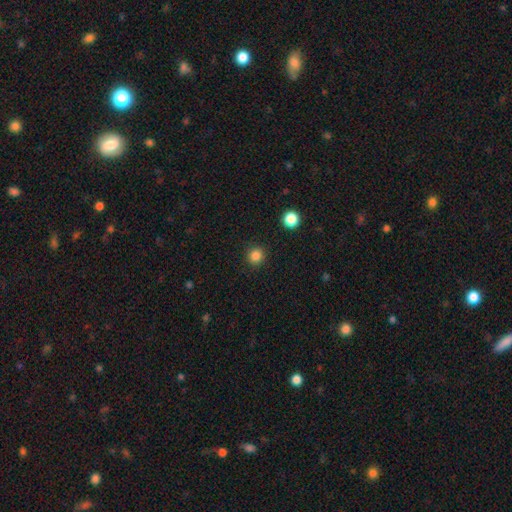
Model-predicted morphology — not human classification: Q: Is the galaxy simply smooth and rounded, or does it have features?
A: smooth — 84%.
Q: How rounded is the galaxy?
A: round — 92%.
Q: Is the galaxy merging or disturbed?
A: none — 91%.